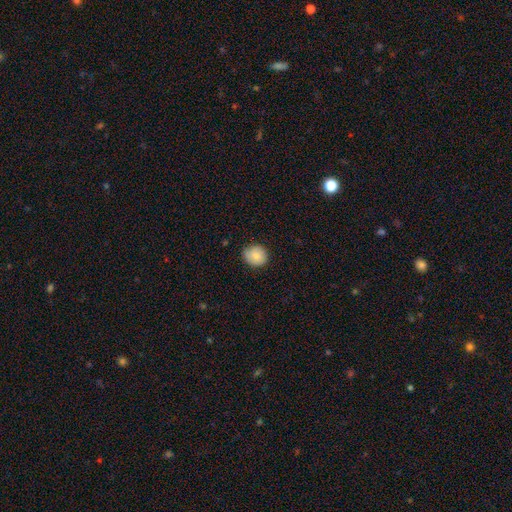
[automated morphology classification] smooth 84%, featured or disk 9%, star or artifact 8%. Down the decision tree: how rounded — round (85%); merging — none (81%).